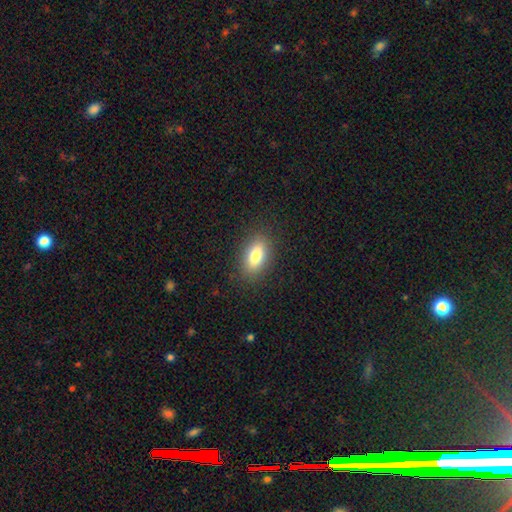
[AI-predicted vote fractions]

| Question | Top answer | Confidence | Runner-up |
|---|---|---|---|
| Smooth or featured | smooth | 80% | featured or disk (12%) |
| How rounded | in between | 86% | cigar-shaped (8%) |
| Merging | none | 87% | minor disturbance (9%) |